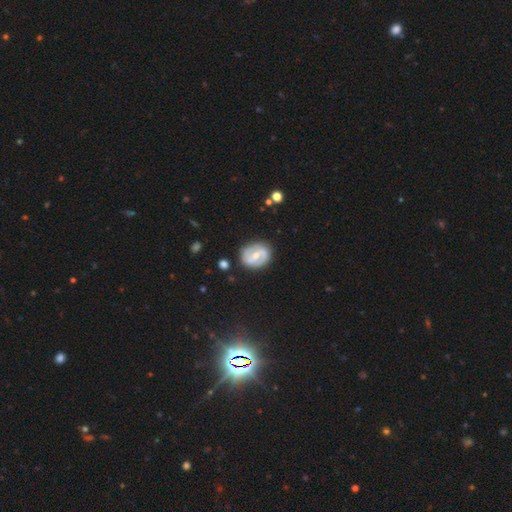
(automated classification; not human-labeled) Overall: featured or disk (68%). Edge-on disk: no (97%). Bar: weak (45%; strong 29%). Spiral arms: yes (74%). Bulge size: moderate (59%; small 36%). Merging: none (82%).